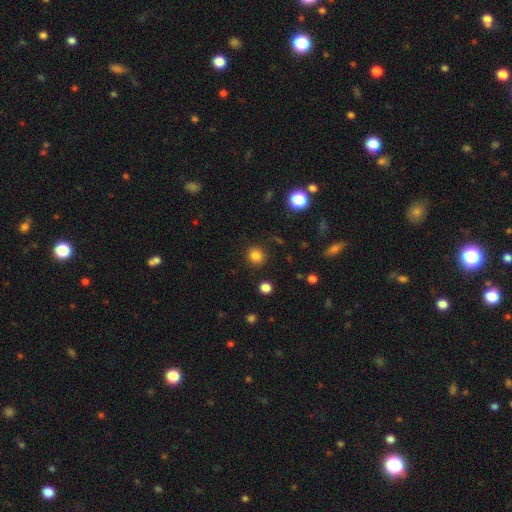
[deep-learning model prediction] Smooth or featured? Predicted: smooth (p=0.83). How rounded? Predicted: round (p=0.85). Merging? Predicted: none (p=0.88).